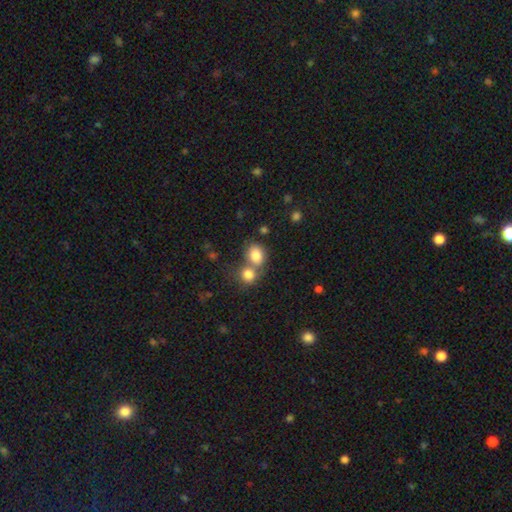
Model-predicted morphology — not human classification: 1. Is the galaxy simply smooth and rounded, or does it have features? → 82% smooth, 10% star or artifact, 9% featured or disk.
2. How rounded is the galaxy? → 50% in between, 49% round, 1% cigar-shaped.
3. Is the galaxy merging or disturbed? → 49% merger, 39% none, 9% minor disturbance, 4% major disturbance.